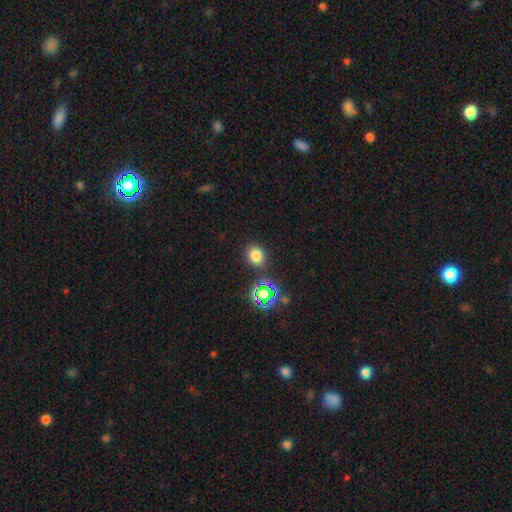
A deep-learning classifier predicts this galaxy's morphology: The model was most divided on "how rounded": round: 67%, in between: 32%, cigar-shaped: 1%. More confident: merging — none (85%); smooth or featured — smooth (75%).